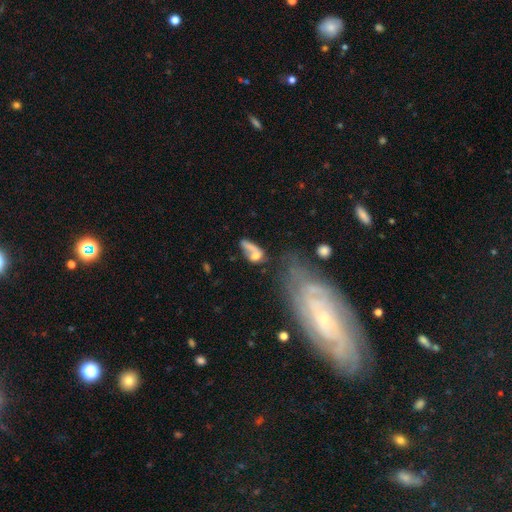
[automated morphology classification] smooth_or_featured: smooth (p=0.52) [alt: featured or disk p=0.36]
how_rounded: in between (p=0.74) [alt: round p=0.16]
merging: merger (p=0.32) [alt: major disturbance p=0.26]